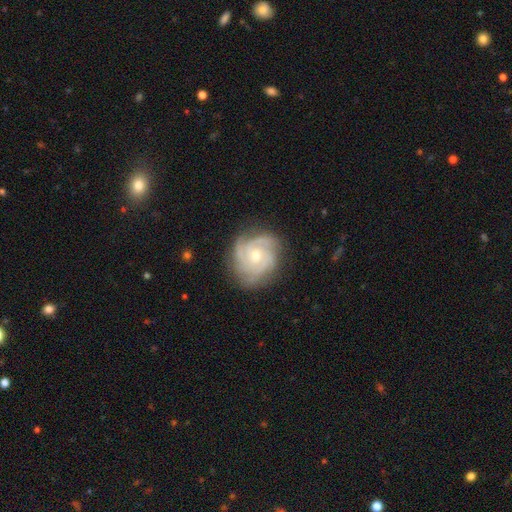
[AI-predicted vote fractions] A featured or disk galaxy (87%) with no bar (75%), 3 (52%) tight (65%) spiral arms (97%) and a moderate central bulge (51%).

Vote fractions:
- Smooth or featured? featured or disk: 87% / smooth: 8% / star or artifact: 5%
- Edge-on disk? no: 98% / yes: 2%
- Bar? no: 75% / weak: 21% / strong: 4%
- Spiral arms? yes: 97% / no: 3%
- Spiral winding? tight: 65% / medium: 30% / loose: 5%
- Spiral arm count? 3: 52% / 4: 17% / can't tell: 12% / 2: 10% / more than 4: 5% / 1: 4%
- Bulge size? moderate: 51% / small: 46% / large: 2% / none: 1% / dominant: 1%
- Merging? none: 77% / minor disturbance: 17% / major disturbance: 5% / merger: 1%